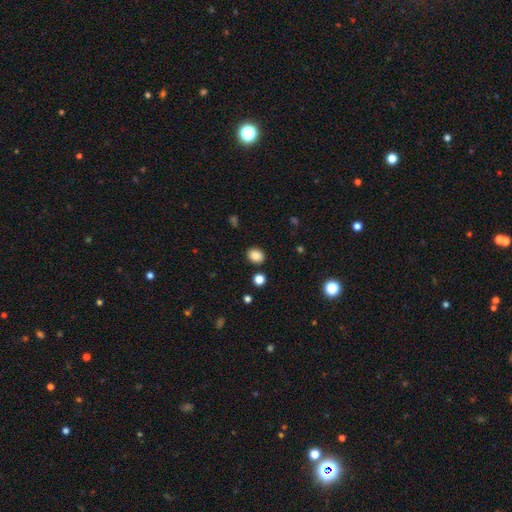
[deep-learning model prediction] This is clearly a smooth galaxy (86%). How rounded: possibly round (51%). Merging: clearly none (86%).